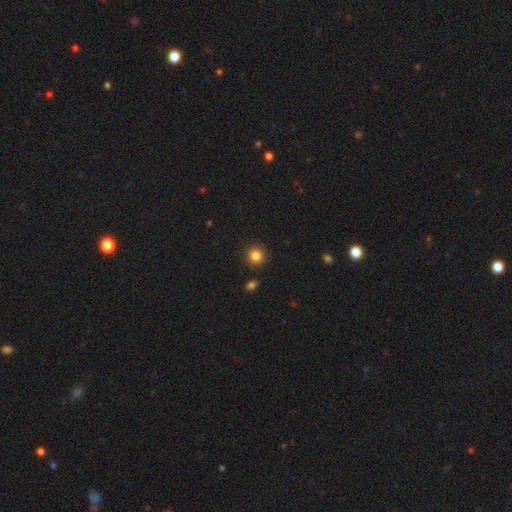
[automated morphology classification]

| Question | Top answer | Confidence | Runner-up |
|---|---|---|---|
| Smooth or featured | smooth | 84% | star or artifact (11%) |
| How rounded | round | 91% | in between (8%) |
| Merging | none | 90% | minor disturbance (6%) |